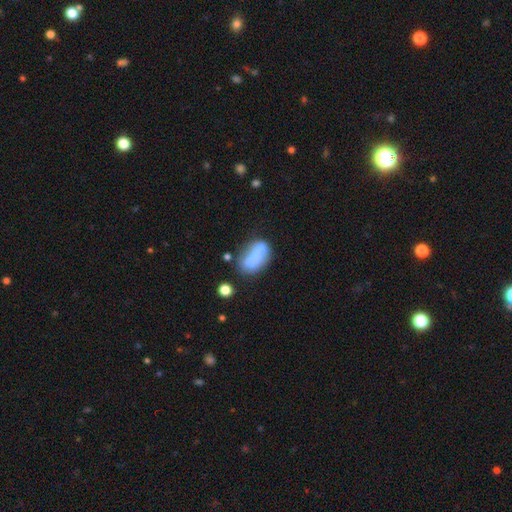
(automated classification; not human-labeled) Smooth or featured? Predicted: smooth (p=0.72). How rounded? Predicted: in between (p=0.89). Merging? Predicted: none (p=0.42).